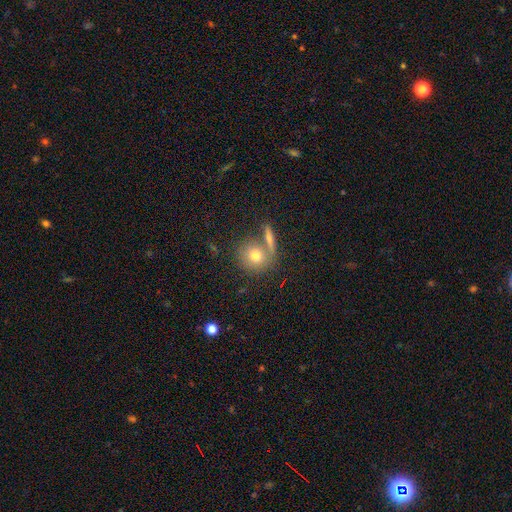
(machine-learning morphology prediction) Smooth or featured? smooth (74%)
How rounded? round (83%)
Merging? none (61%)